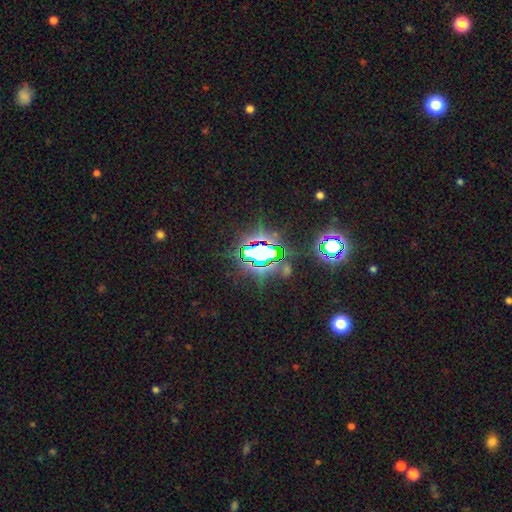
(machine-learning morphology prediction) Smooth or featured? Predicted: star or artifact (p=0.76).